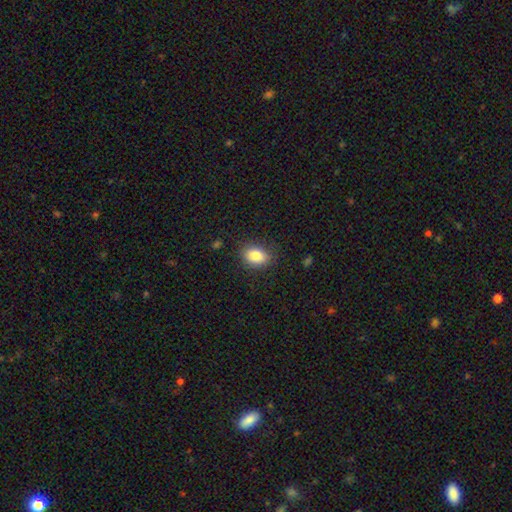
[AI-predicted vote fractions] smooth_or_featured: smooth (p=0.85) [alt: star or artifact p=0.09]
how_rounded: in between (p=0.77) [alt: round p=0.22]
merging: none (p=0.82) [alt: minor disturbance p=0.13]